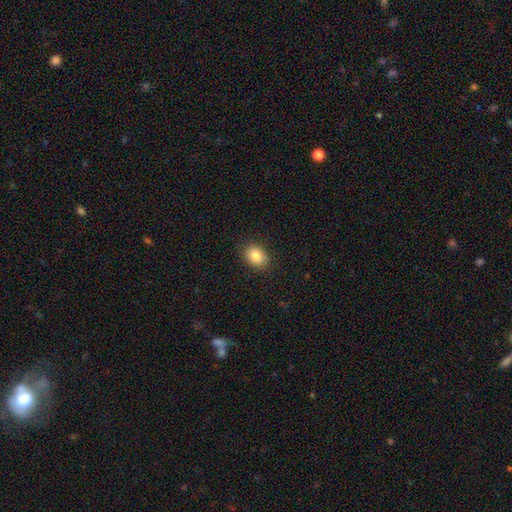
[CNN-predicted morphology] type=smooth (85%); roundness=in between (64%); merging=none (89%).